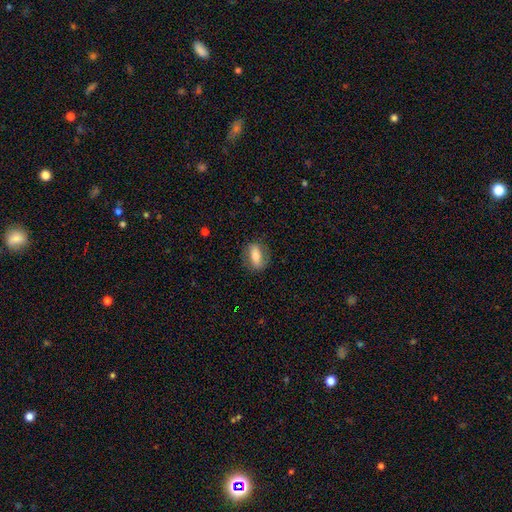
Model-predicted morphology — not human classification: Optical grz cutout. It shows a smooth galaxy with no disk features (58%) that is in between round and cigar-shaped (74%). Merging: none (80%).